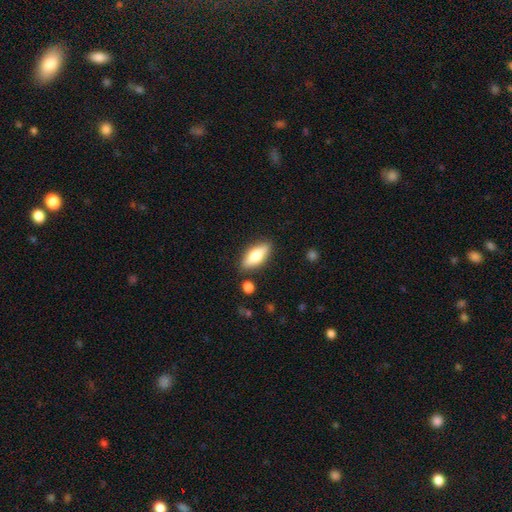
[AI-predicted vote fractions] Smooth or featured? smooth (64%)
How rounded? in between (74%)
Merging? none (85%)